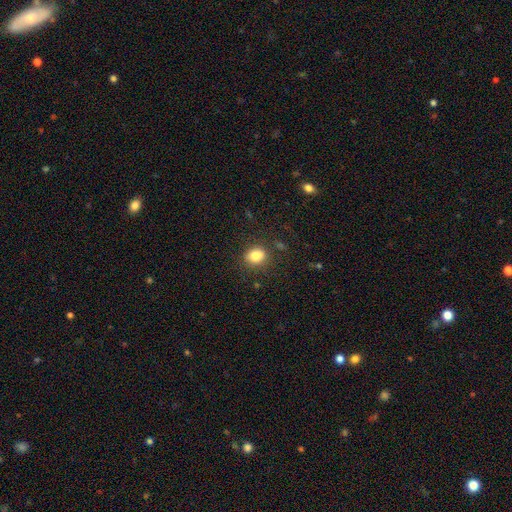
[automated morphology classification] Smooth or featured? Predicted: smooth (p=0.84). How rounded? Predicted: in between (p=0.50). Merging? Predicted: none (p=0.82).